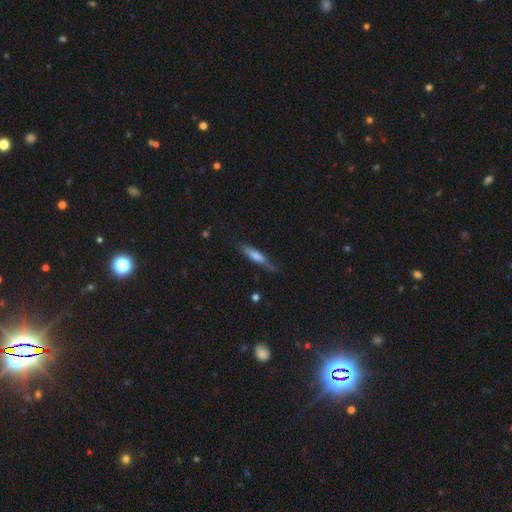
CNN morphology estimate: type=smooth (57%); roundness=cigar-shaped (83%); merging=none (69%).